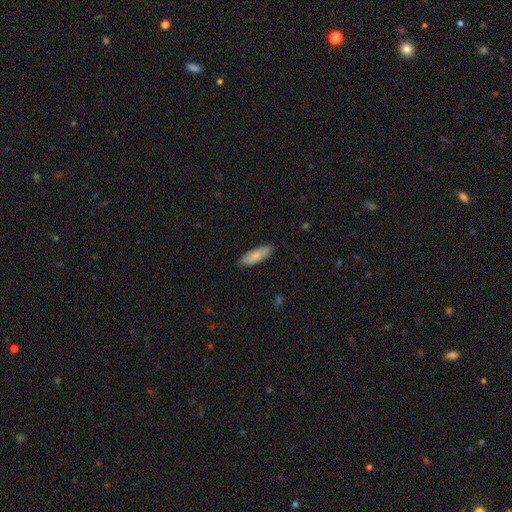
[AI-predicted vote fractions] Smooth or featured? Predicted: smooth (p=0.83). How rounded? Predicted: in between (p=0.59). Merging? Predicted: none (p=0.86).